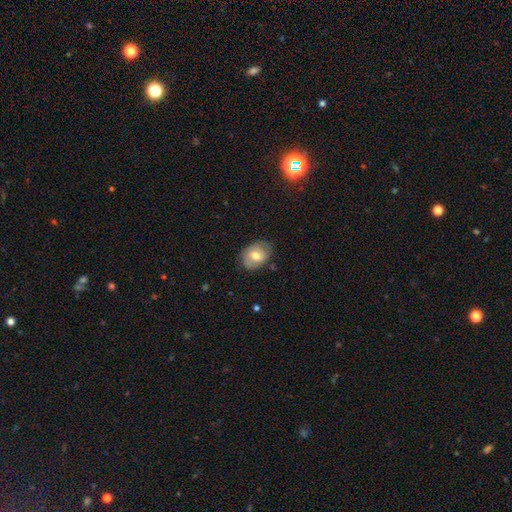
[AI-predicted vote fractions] Smooth or featured: smooth — 55% (featured or disk — 37%)
How rounded: in between — 68% (round — 31%)
Merging: none — 73% (minor disturbance — 21%)